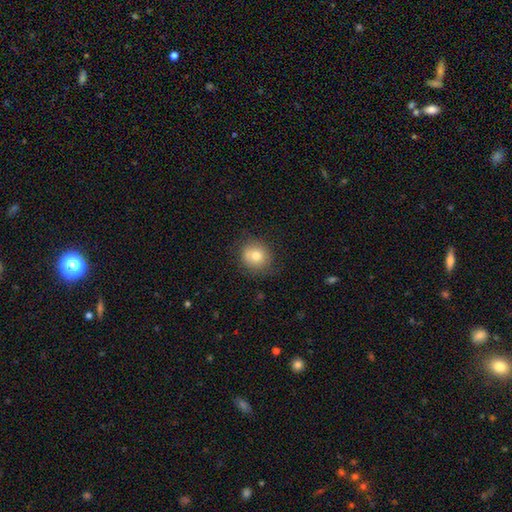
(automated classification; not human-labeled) smooth-or-featured: smooth: 76% | featured or disk: 14% | star or artifact: 10%
  how-rounded: round: 87% | in between: 12% | cigar-shaped: 1%
  merging: none: 78% | minor disturbance: 15% | major disturbance: 4% | merger: 2%